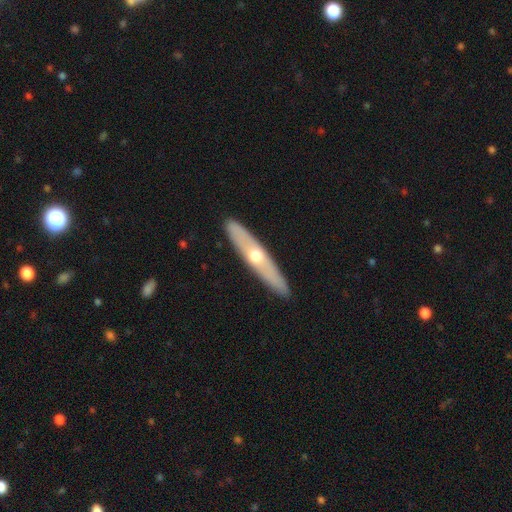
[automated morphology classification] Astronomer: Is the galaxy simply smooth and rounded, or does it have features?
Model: featured or disk — 57% (runner-up: smooth, 38%).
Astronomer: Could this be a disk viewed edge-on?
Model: yes — 81%.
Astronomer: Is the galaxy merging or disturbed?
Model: none — 91%.